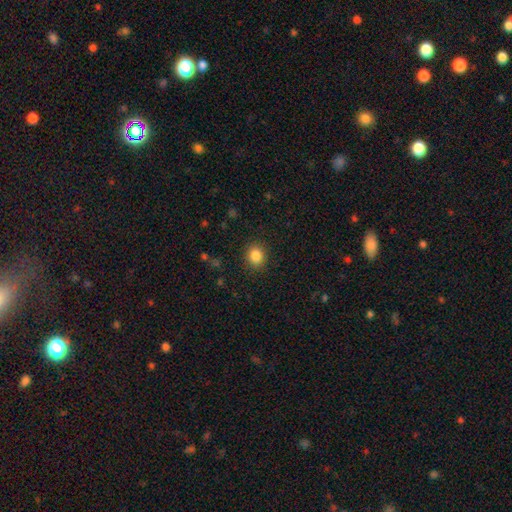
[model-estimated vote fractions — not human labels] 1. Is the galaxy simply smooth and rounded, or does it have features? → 85% smooth, 10% star or artifact, 4% featured or disk.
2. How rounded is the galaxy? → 74% round, 25% in between, 1% cigar-shaped.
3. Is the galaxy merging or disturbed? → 89% none, 7% minor disturbance, 3% major disturbance, 1% merger.